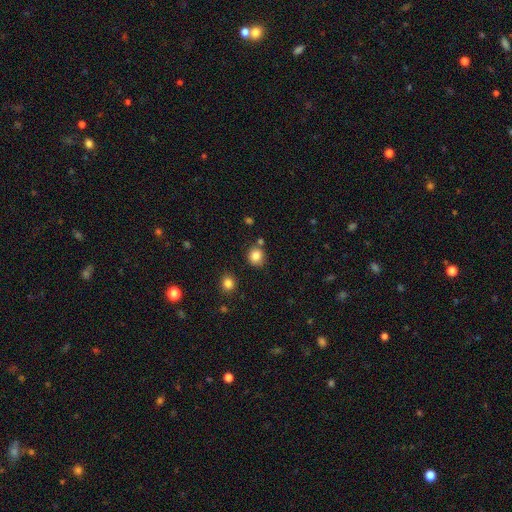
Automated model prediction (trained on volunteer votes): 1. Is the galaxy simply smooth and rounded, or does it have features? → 84% smooth, 11% star or artifact, 5% featured or disk.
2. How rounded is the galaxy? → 86% round, 13% in between, 1% cigar-shaped.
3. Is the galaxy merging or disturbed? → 79% none, 11% minor disturbance, 7% merger, 3% major disturbance.